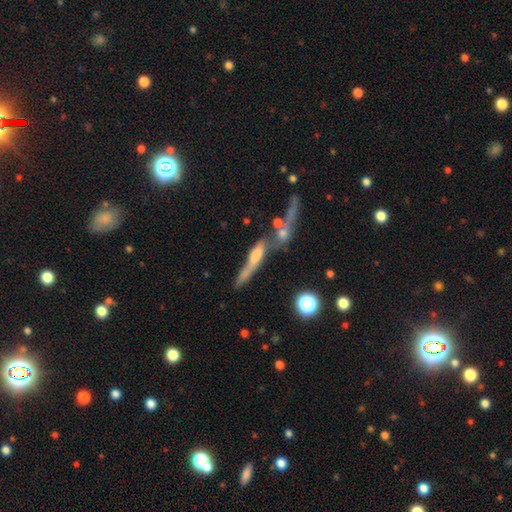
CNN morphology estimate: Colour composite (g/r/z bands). It shows a featured or disk galaxy (47%). Merging: merger (46%).